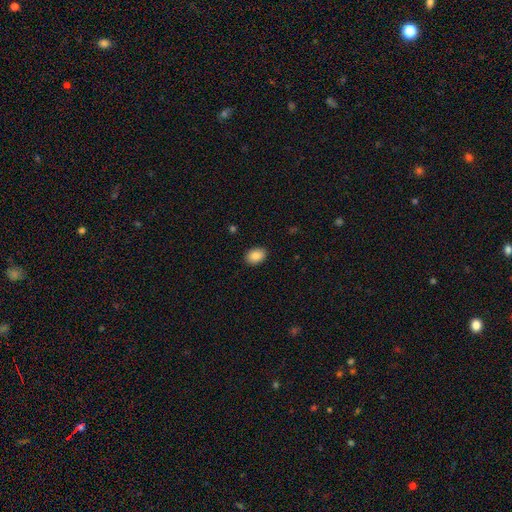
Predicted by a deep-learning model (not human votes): Overall: smooth (87%). How rounded: in between (73%). Merging: none (90%).